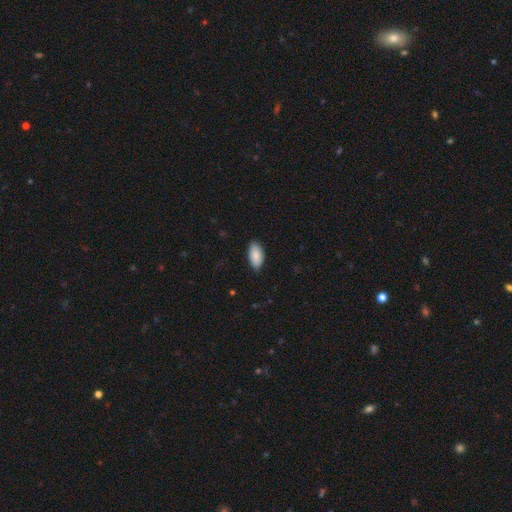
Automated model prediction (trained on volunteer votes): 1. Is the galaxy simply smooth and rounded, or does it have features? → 88% smooth, 6% featured or disk, 6% star or artifact.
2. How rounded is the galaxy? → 94% in between, 4% cigar-shaped, 2% round.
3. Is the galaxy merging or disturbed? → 86% none, 11% minor disturbance, 2% major disturbance, 1% merger.